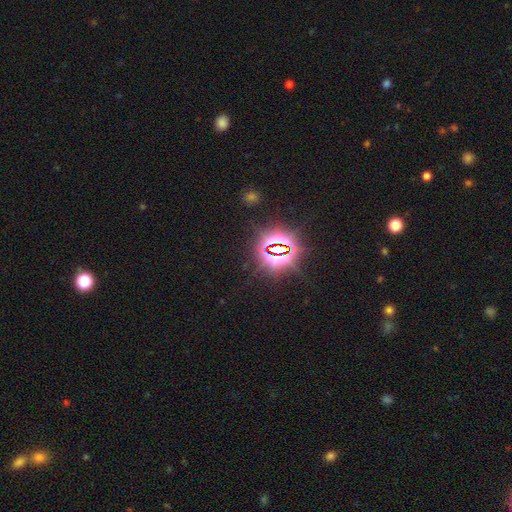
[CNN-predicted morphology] Q: Smooth or featured?
A: star or artifact (82%); runner-up: smooth (11%)